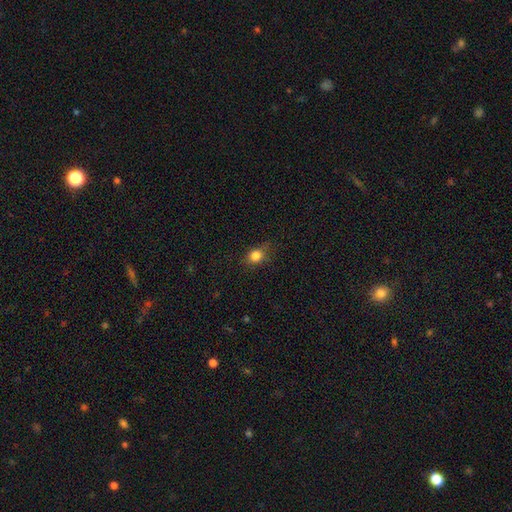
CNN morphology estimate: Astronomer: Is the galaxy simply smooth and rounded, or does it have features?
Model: smooth — 82%.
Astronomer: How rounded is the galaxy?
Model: round — 61% (runner-up: in between, 38%).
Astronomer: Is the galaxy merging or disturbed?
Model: none — 76%.